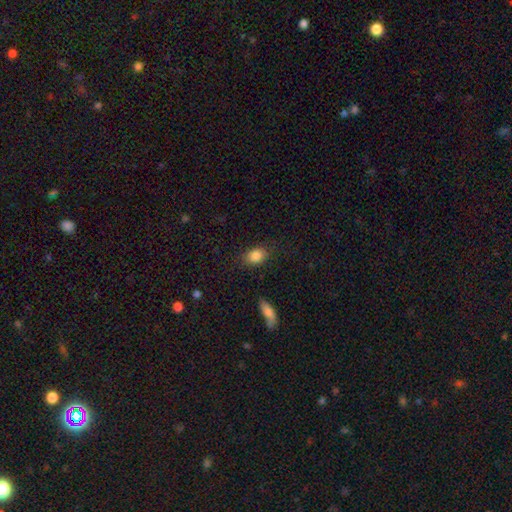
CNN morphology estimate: Smooth or featured: smooth — 84% (star or artifact — 9%)
How rounded: in between — 69% (round — 29%)
Merging: none — 83% (minor disturbance — 12%)